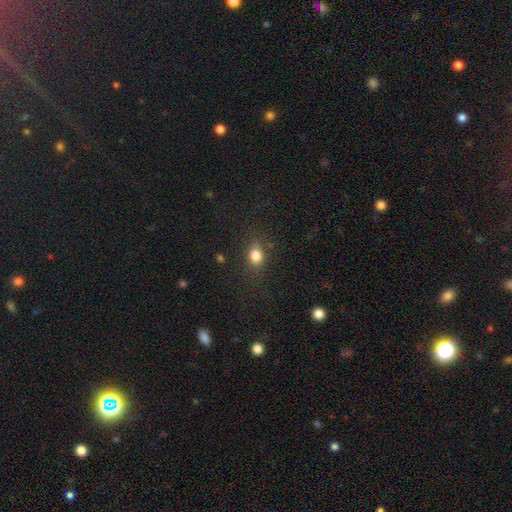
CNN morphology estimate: smooth_or_featured: smooth (p=0.81) [alt: star or artifact p=0.12]
how_rounded: in between (p=0.57) [alt: round p=0.40]
merging: none (p=0.74) [alt: minor disturbance p=0.17]